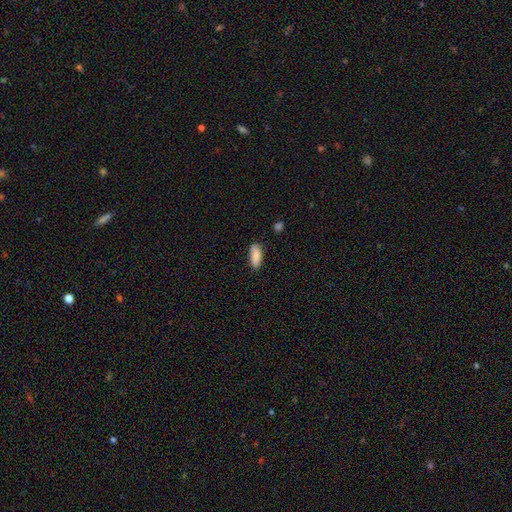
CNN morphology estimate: Smooth or featured? Predicted: smooth (p=0.87). How rounded? Predicted: in between (p=0.77). Merging? Predicted: none (p=0.81).